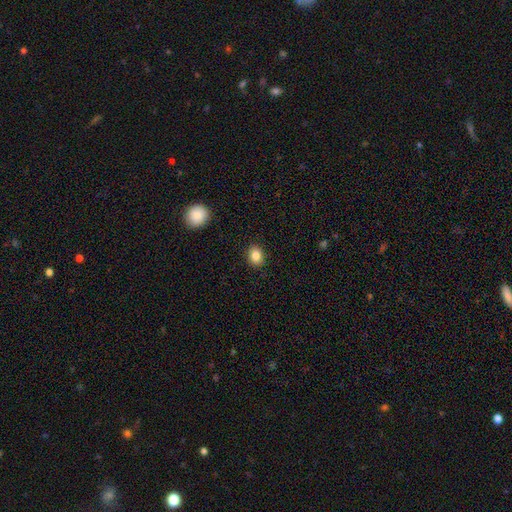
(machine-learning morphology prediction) This appears to be a smooth galaxy with no disk features (85%) that is in between round and cigar-shaped (53%). Merging: none (89%).